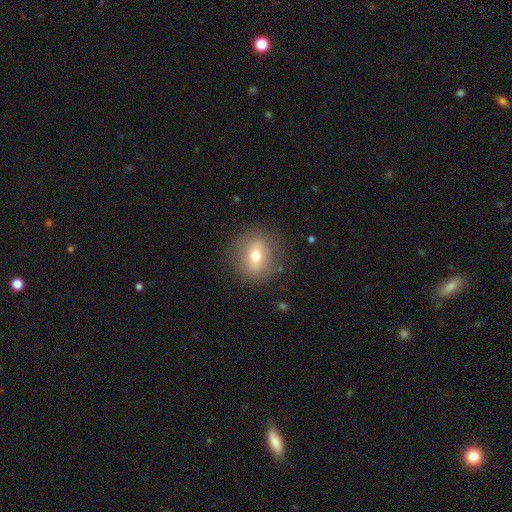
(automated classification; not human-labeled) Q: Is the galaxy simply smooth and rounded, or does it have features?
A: smooth — 55%.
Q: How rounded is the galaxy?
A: round — 72%.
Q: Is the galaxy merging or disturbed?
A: none — 85%.